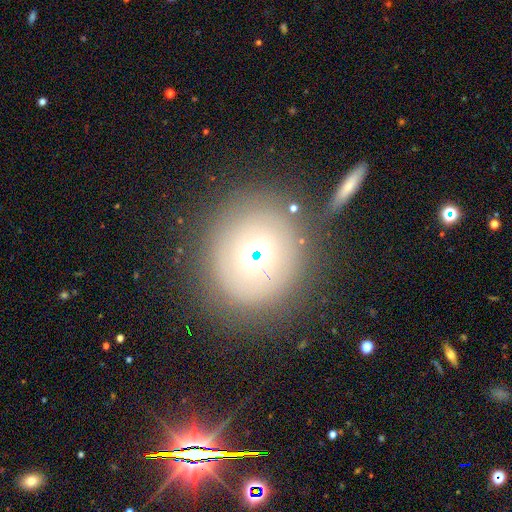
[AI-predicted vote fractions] Smooth or featured?
  - smooth: 56% *
  - star or artifact: 24%
  - featured or disk: 19%
How rounded?
  - round: 84% *
  - in between: 15%
  - cigar-shaped: 2%
Merging?
  - none: 73% *
  - minor disturbance: 11%
  - merger: 10%
  - major disturbance: 7%